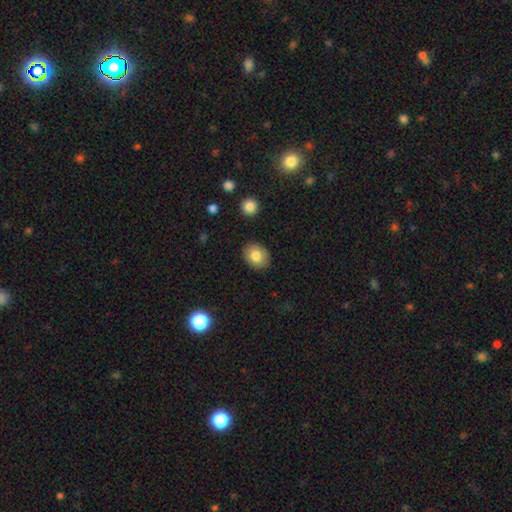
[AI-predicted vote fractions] Smooth or featured? Predicted: smooth (p=0.82). How rounded? Predicted: in between (p=0.54). Merging? Predicted: none (p=0.88).